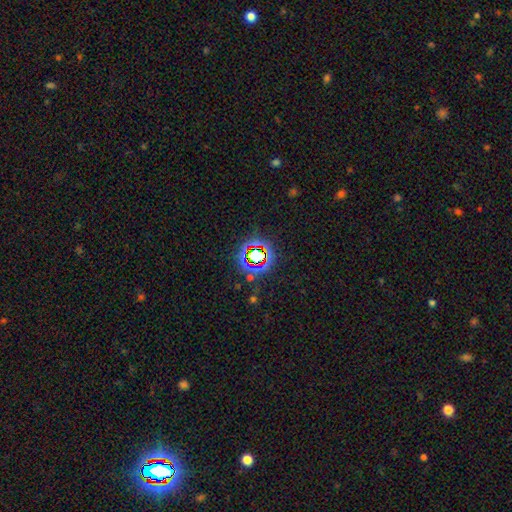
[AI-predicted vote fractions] The model was most divided on "smooth or featured": star or artifact: 69%, smooth: 20%, featured or disk: 11%.